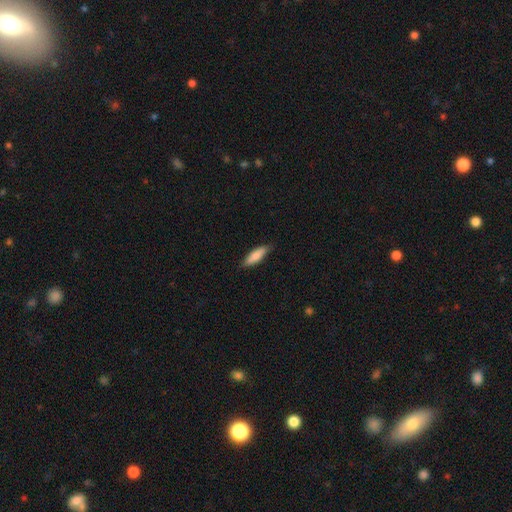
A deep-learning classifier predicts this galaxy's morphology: smooth-or-featured: smooth: 82% | featured or disk: 12% | star or artifact: 6%
  how-rounded: cigar-shaped: 53% | in between: 45% | round: 2%
  merging: none: 83% | minor disturbance: 14% | major disturbance: 2% | merger: 1%